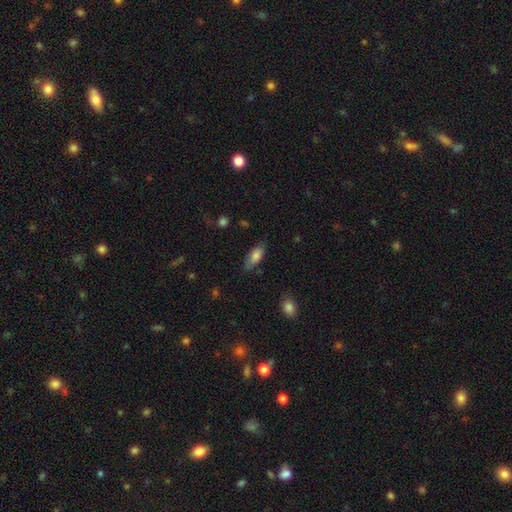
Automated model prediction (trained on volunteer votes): Q: Smooth or featured?
A: smooth (80%); runner-up: featured or disk (13%)
Q: How rounded?
A: in between (82%); runner-up: cigar-shaped (16%)
Q: Merging?
A: none (70%); runner-up: minor disturbance (23%)